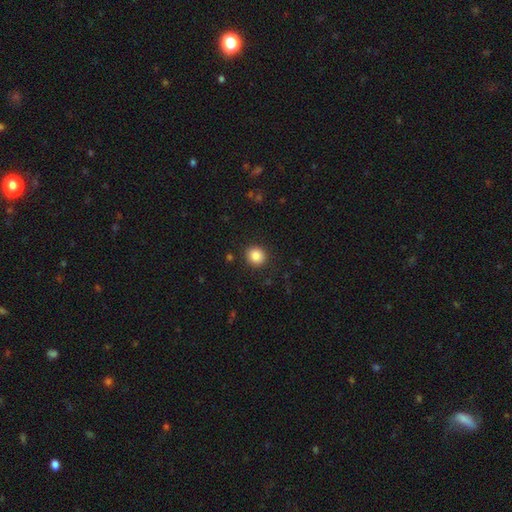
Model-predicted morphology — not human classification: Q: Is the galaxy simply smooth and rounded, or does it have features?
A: smooth — 86%.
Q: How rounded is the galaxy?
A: round — 86%.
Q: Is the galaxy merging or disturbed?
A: none — 91%.